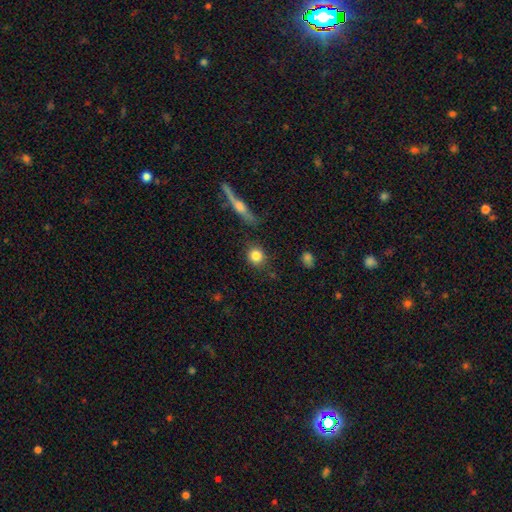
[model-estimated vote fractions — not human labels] A smooth galaxy with no disk features (83%) that is round (82%). Merging: none (82%).